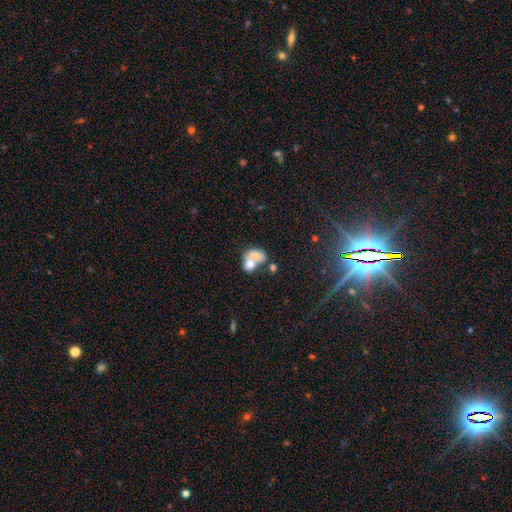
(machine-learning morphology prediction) A smooth galaxy with no disk features (67%) that is in between round and cigar-shaped (67%).

Vote fractions:
- Smooth or featured? smooth: 67% / featured or disk: 23% / star or artifact: 10%
- How rounded? in between: 67% / round: 32% / cigar-shaped: 1%
- Merging? merger: 64% / none: 18% / minor disturbance: 9% / major disturbance: 9%